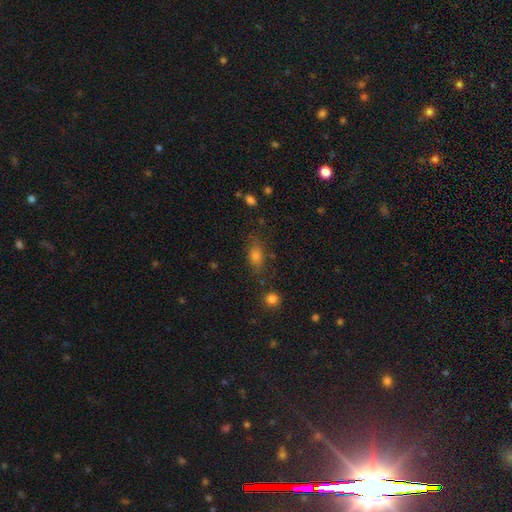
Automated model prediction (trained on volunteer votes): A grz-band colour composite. It shows a smooth galaxy with no disk features (68%) that is in between round and cigar-shaped (72%). Merging: none (72%).